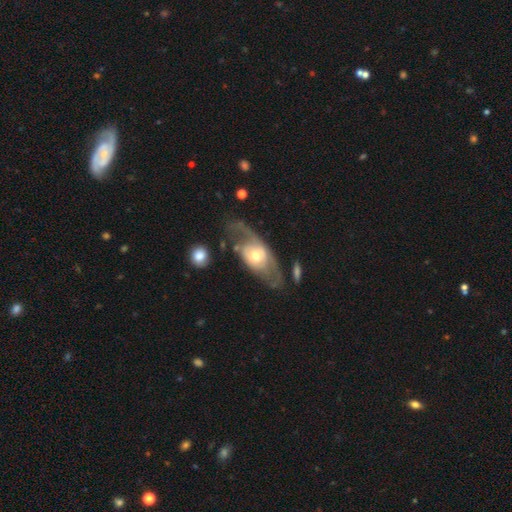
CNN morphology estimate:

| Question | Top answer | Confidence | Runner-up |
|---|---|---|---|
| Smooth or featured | featured or disk | 72% | smooth (23%) |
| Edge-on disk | no | 87% | yes (13%) |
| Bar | no | 71% | weak (23%) |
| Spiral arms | yes | 69% | no (31%) |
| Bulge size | moderate | 65% | large (18%) |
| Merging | none | 44% | major disturbance (28%) |